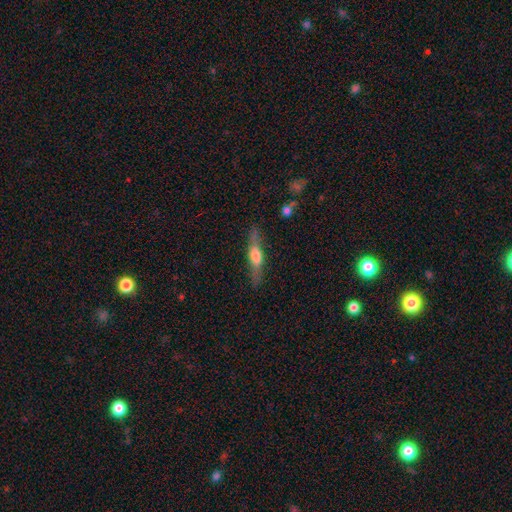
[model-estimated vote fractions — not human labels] Q: Smooth or featured?
A: featured or disk (52%); runner-up: smooth (42%)
Q: Edge-on disk?
A: yes (90%); runner-up: no (10%)
Q: Merging?
A: none (80%); runner-up: minor disturbance (14%)